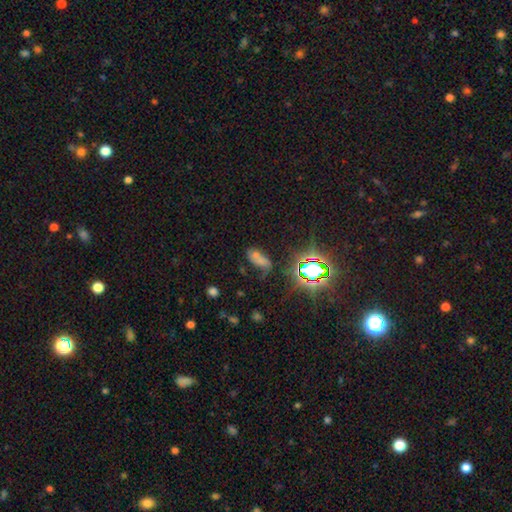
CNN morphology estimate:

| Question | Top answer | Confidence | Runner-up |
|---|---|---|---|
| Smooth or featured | smooth | 52% | star or artifact (32%) |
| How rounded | in between | 80% | cigar-shaped (12%) |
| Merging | none | 45% | minor disturbance (22%) |